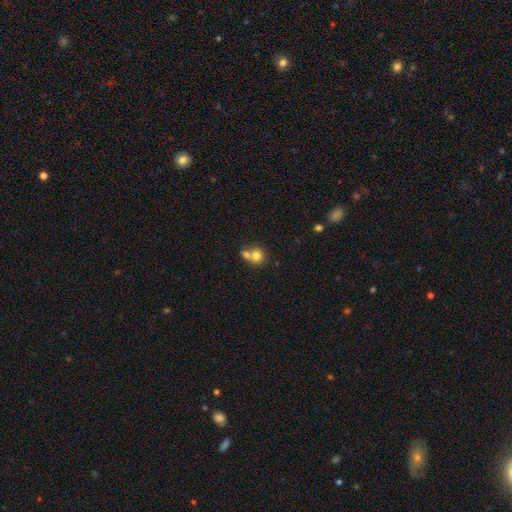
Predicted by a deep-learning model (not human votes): This appears to be a smooth galaxy with no disk features (76%) that is round (77%). Merging: merger (56%).